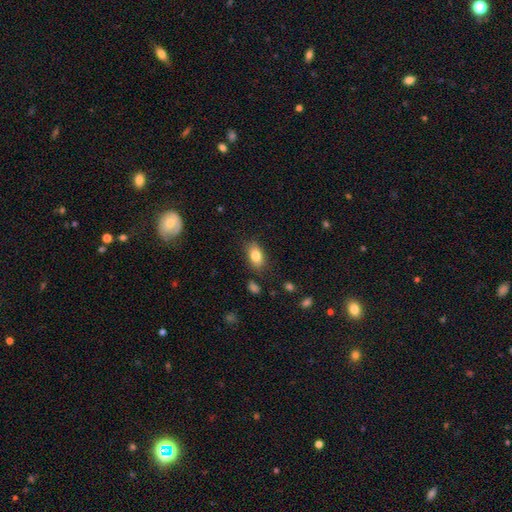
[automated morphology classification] Smooth or featured? Predicted: smooth (p=0.82). How rounded? Predicted: in between (p=0.88). Merging? Predicted: none (p=0.81).